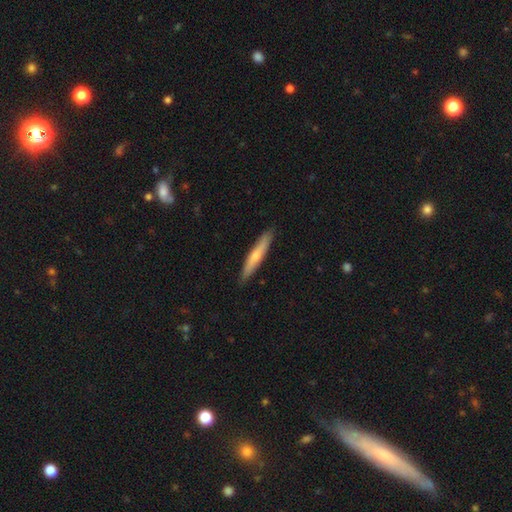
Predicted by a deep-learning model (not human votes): This appears to be a smooth galaxy with no disk features (56%) that is cigar-shaped (92%). Merging: none (90%).